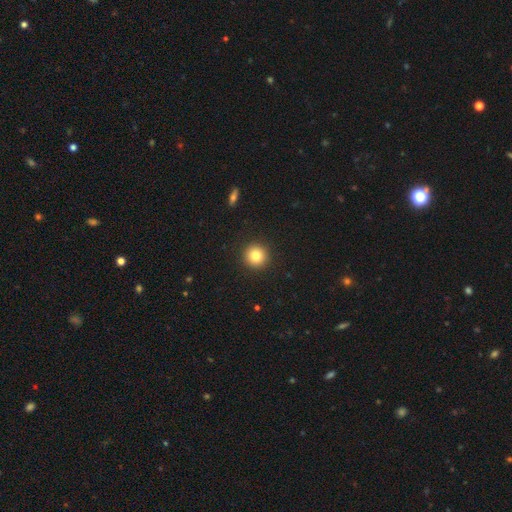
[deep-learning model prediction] Smooth or featured? smooth (83%)
How rounded? round (95%)
Merging? none (93%)